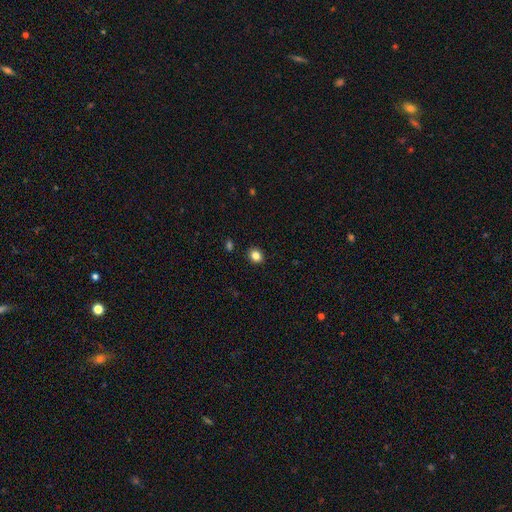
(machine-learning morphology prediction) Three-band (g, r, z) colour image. It shows a smooth galaxy with no disk features (84%) that is round (64%). Merging: none (91%).